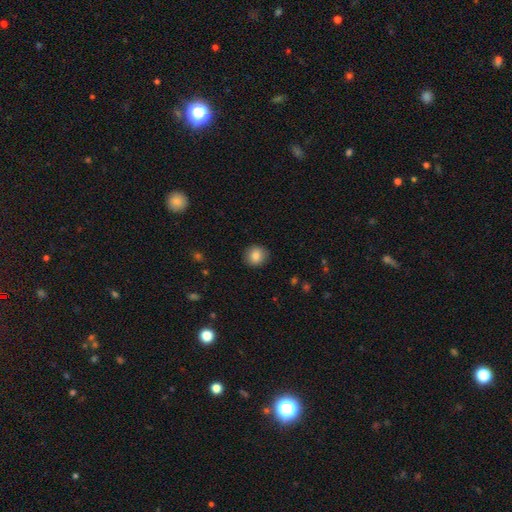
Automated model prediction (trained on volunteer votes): Smooth or featured? smooth (83%)
How rounded? round (88%)
Merging? none (90%)